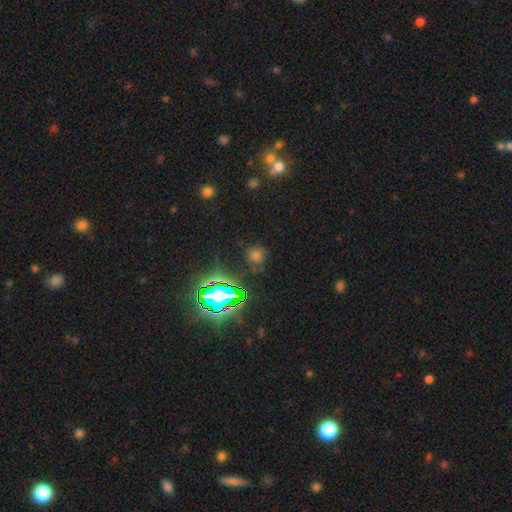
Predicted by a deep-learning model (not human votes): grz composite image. It shows a smooth galaxy with no disk features (48%). Merging: none (82%).